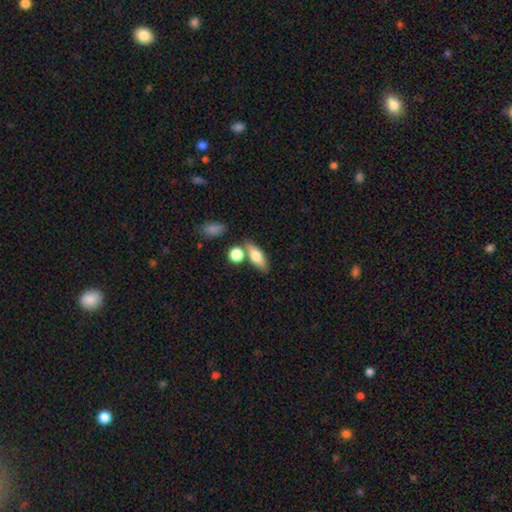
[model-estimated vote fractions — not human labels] smooth-or-featured: smooth: 67% | featured or disk: 26% | star or artifact: 7%
  how-rounded: in between: 63% | cigar-shaped: 29% | round: 8%
  merging: none: 66% | merger: 18% | minor disturbance: 12% | major disturbance: 4%